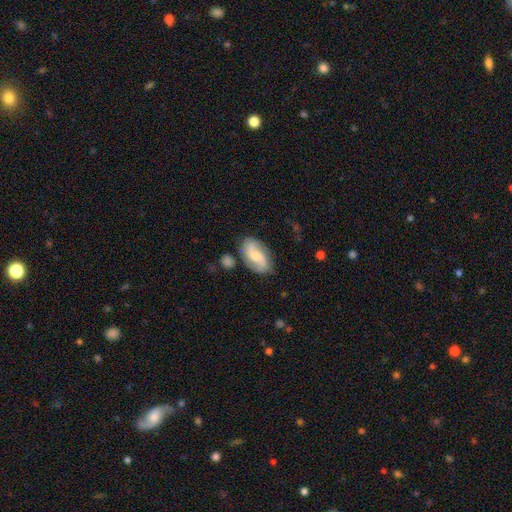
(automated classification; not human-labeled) Morphology: type=featured or disk (68%); edge-on=no (96%); bar=no (46%); spiral arms=yes (94%); winding=loose (46%); arm count=2 (88%); bulge=moderate (42%); merging=none (75%).